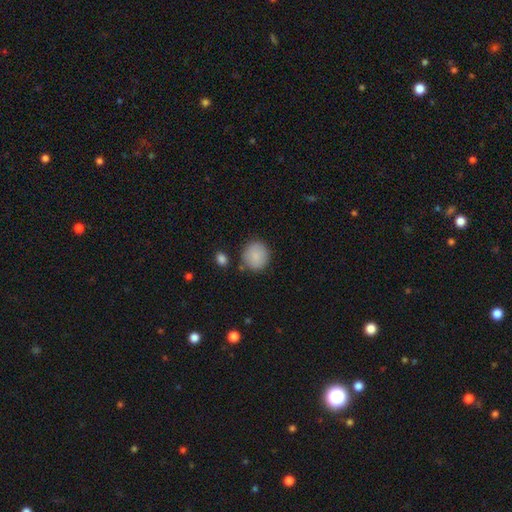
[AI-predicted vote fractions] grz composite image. It shows a smooth galaxy with no disk features (88%) that is round (83%). Merging: none (80%).